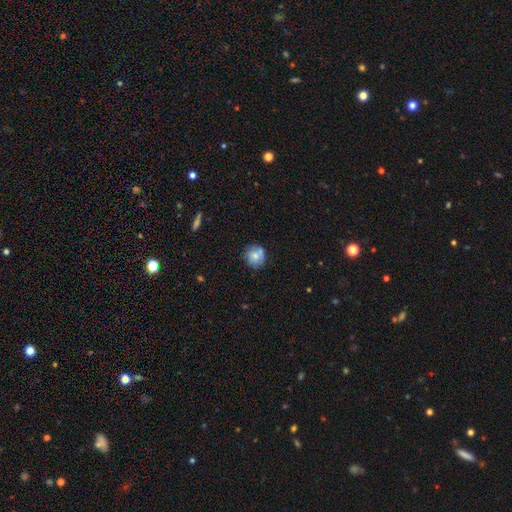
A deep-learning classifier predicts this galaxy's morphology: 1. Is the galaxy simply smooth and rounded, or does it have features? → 67% smooth, 24% featured or disk, 9% star or artifact.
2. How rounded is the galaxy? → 88% round, 11% in between, 1% cigar-shaped.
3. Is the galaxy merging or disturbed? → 66% none, 19% minor disturbance, 11% merger, 5% major disturbance.